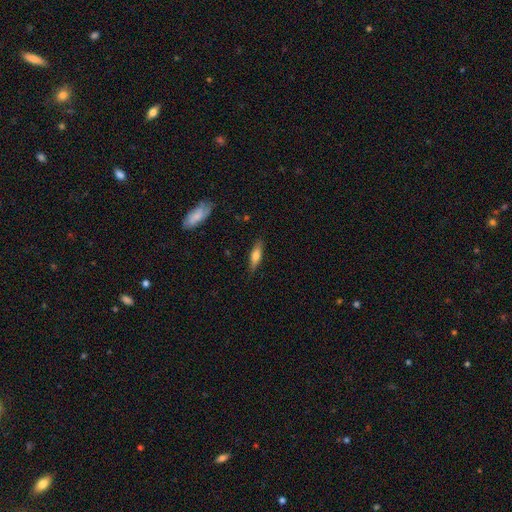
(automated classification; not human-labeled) A smooth galaxy with no disk features (64%) that is cigar-shaped (58%). Merging: none (84%).